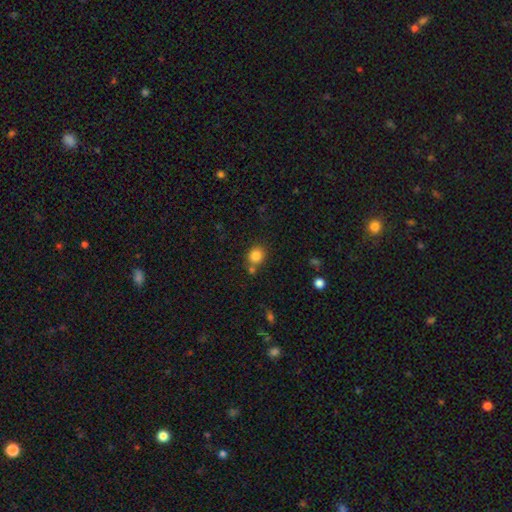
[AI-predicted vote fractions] This appears to be a smooth galaxy with no disk features (84%) that is round (77%). Merging: none (67%).